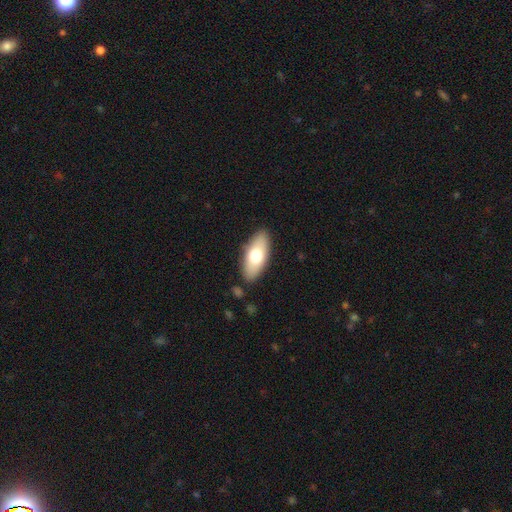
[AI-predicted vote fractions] smooth 67%, featured or disk 27%, star or artifact 6%. Down the decision tree: how rounded — in between (85%); merging — none (87%).